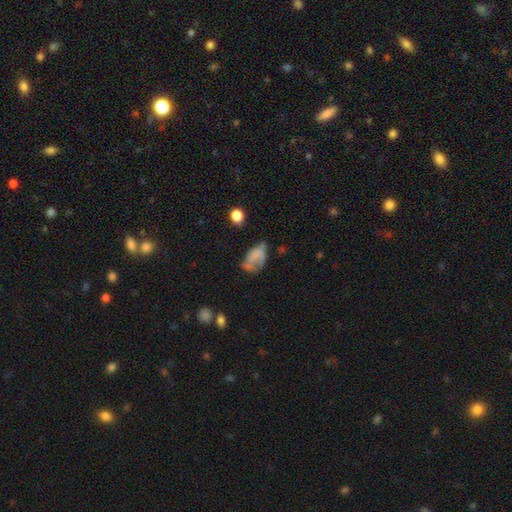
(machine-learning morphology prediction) type=smooth (50%); merging=major disturbance (33%).